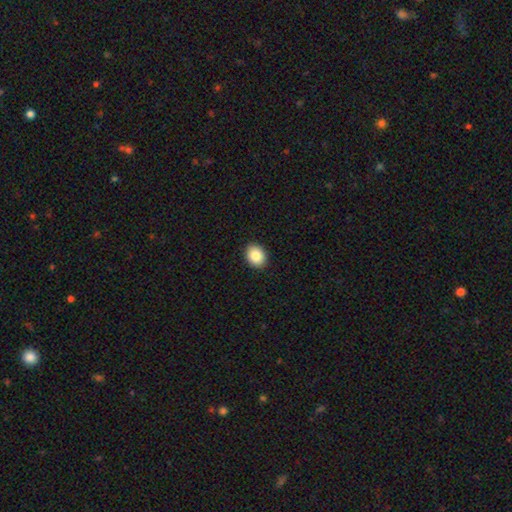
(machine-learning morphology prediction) Smooth or featured? Predicted: smooth (p=0.86). How rounded? Predicted: in between (p=0.53). Merging? Predicted: none (p=0.92).